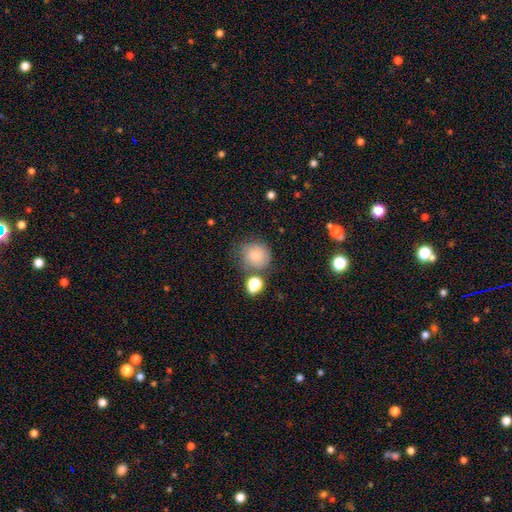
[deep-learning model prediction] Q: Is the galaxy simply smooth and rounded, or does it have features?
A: smooth — 77%.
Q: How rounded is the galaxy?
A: round — 86%.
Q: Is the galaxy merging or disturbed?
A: none — 63%.